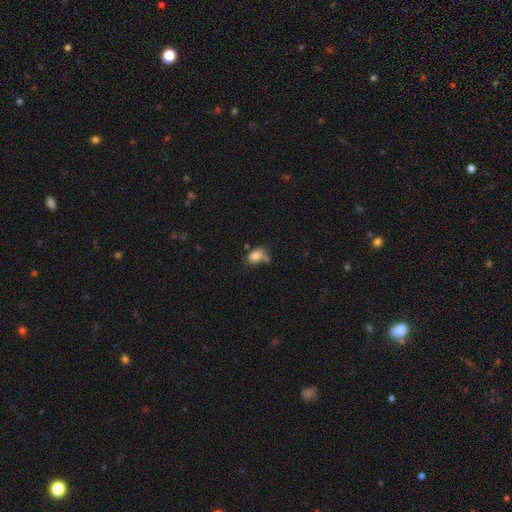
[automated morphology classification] smooth_or_featured: smooth (p=0.81) [alt: star or artifact p=0.10]
how_rounded: in between (p=0.80) [alt: round p=0.19]
merging: none (p=0.43) [alt: minor disturbance p=0.24]